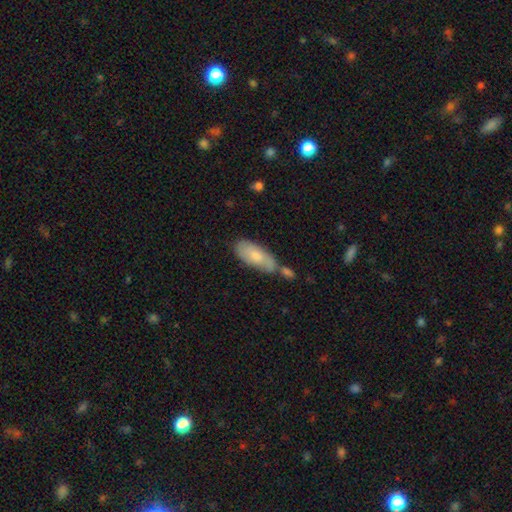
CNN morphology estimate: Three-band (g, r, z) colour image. It shows a smooth galaxy with no disk features (71%) that is in between round and cigar-shaped (82%). Merging: none (46%).